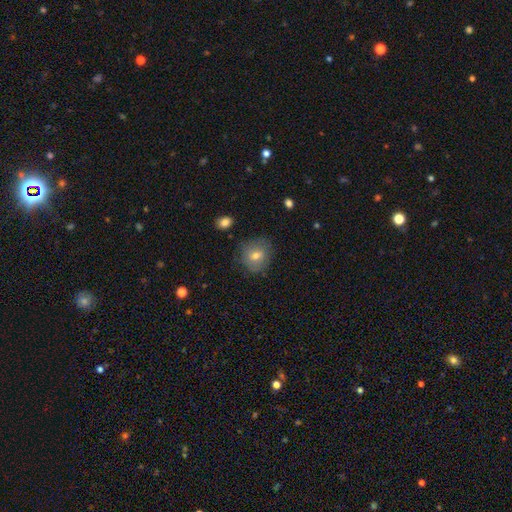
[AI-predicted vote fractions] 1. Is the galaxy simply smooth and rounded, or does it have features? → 70% smooth, 20% featured or disk, 9% star or artifact.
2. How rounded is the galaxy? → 78% round, 21% in between, 1% cigar-shaped.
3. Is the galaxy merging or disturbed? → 74% none, 18% minor disturbance, 6% major disturbance, 2% merger.